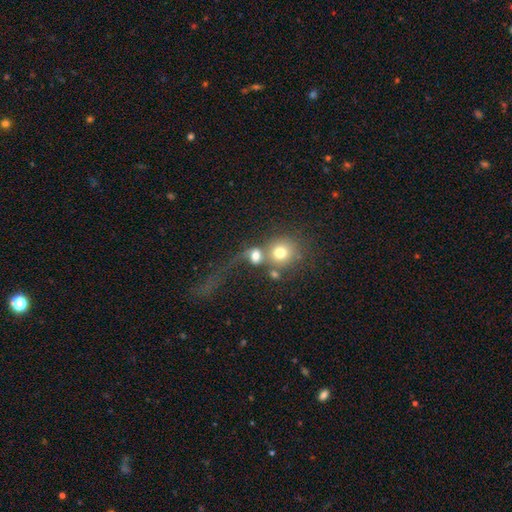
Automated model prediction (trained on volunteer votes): Smooth or featured?
  - smooth: 64% *
  - featured or disk: 23%
  - star or artifact: 13%
How rounded?
  - round: 77% *
  - in between: 21%
  - cigar-shaped: 2%
Merging?
  - merger: 53% *
  - none: 21%
  - major disturbance: 19%
  - minor disturbance: 7%